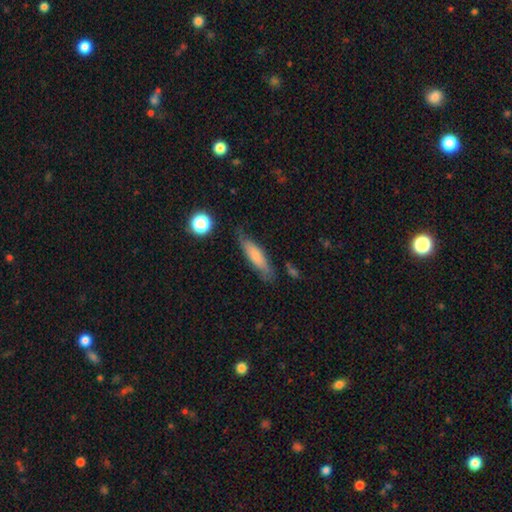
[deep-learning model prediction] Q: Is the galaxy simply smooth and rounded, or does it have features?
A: smooth — 69%.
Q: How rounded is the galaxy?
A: cigar-shaped — 70%.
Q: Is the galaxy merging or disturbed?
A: none — 71%.